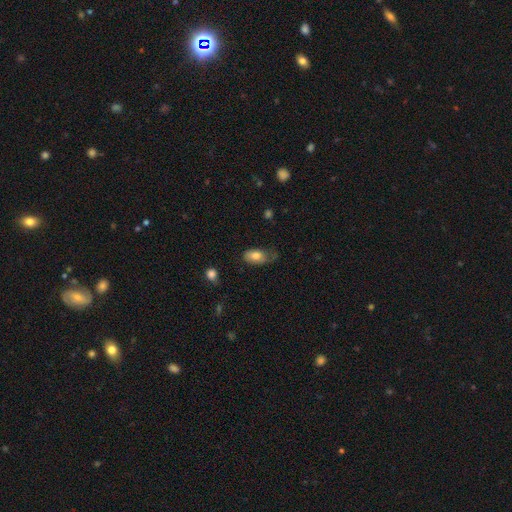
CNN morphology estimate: The model was most divided on "merging": none: 50%, minor disturbance: 34%, major disturbance: 14%, merger: 2%. More confident: how rounded — in between (91%); smooth or featured — smooth (77%).